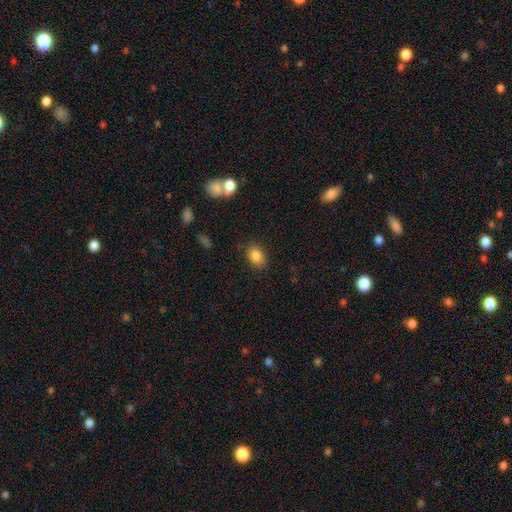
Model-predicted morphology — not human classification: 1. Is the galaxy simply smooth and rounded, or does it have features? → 85% smooth, 9% star or artifact, 6% featured or disk.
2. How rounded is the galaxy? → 74% in between, 25% round, 1% cigar-shaped.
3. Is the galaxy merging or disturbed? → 81% none, 13% minor disturbance, 3% major disturbance, 2% merger.